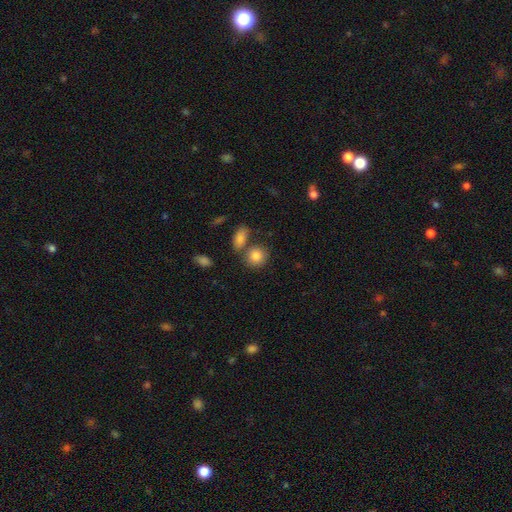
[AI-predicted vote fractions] Morphology: type=smooth (84%); roundness=round (72%); merging=none (62%).